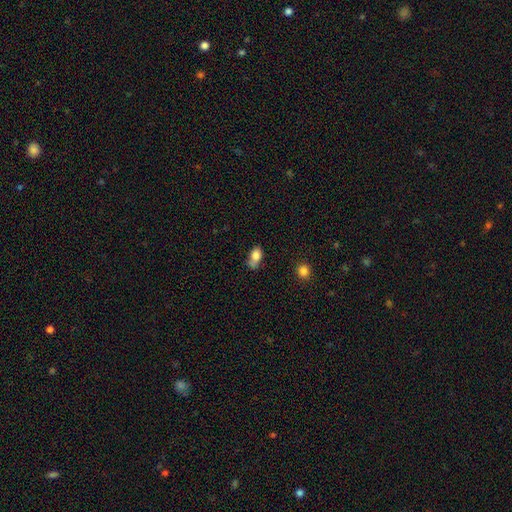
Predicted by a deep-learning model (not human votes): A smooth galaxy with no disk features (80%) that is in between round and cigar-shaped (81%).

Vote fractions:
- Smooth or featured? smooth: 80% / featured or disk: 11% / star or artifact: 9%
- How rounded? in between: 81% / round: 15% / cigar-shaped: 4%
- Merging? none: 40% / minor disturbance: 34% / major disturbance: 14% / merger: 13%